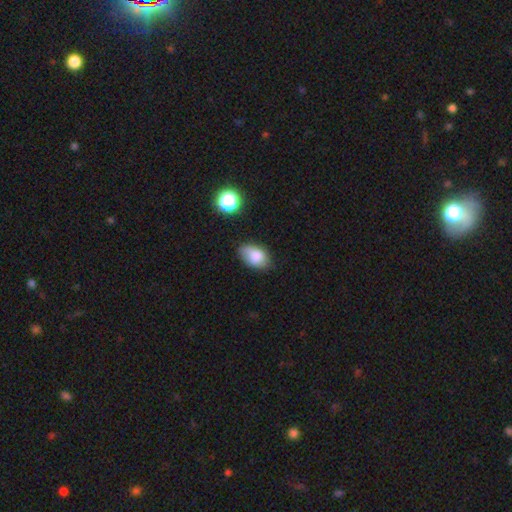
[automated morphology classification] A smooth galaxy with no disk features (81%) that is in between round and cigar-shaped (88%). Merging: none (65%).